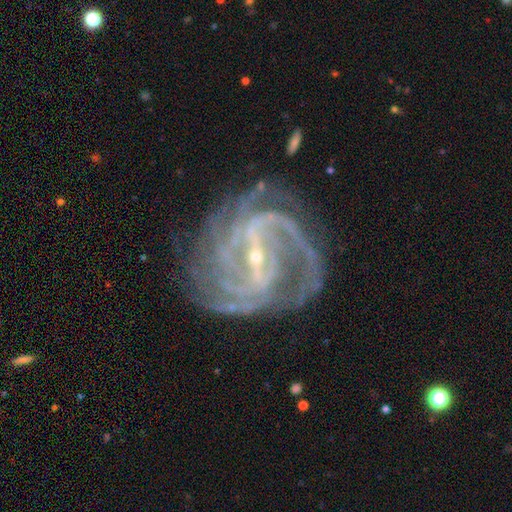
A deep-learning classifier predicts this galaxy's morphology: Smooth or featured: featured or disk — 92% (star or artifact — 5%)
Edge-on disk: no — 97% (yes — 3%)
Bar: strong — 68% (weak — 24%)
Spiral arms: yes — 98% (no — 2%)
Spiral winding: tight — 53% (medium — 39%)
Spiral arm count: 4 — 27% (3 — 22%)
Bulge size: small — 83% (moderate — 13%)
Merging: none — 72% (minor disturbance — 16%)